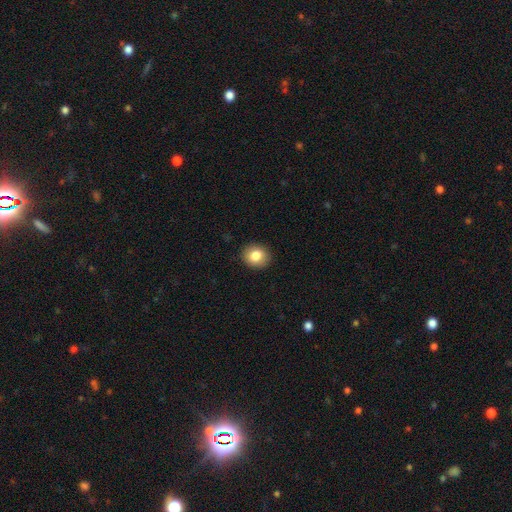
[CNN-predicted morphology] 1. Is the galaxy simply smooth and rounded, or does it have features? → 84% smooth, 9% star or artifact, 8% featured or disk.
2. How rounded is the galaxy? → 72% round, 28% in between, 1% cigar-shaped.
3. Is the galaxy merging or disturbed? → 91% none, 7% minor disturbance, 2% major disturbance, 1% merger.